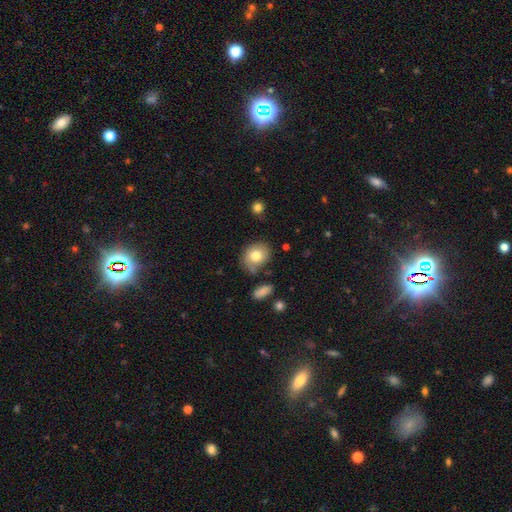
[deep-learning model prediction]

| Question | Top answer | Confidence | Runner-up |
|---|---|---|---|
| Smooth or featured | smooth | 77% | featured or disk (14%) |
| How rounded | round | 54% | in between (45%) |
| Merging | none | 71% | minor disturbance (19%) |